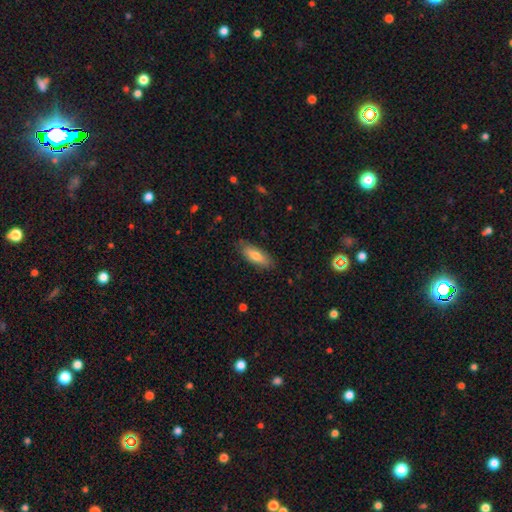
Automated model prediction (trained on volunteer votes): Morphology: type=smooth (74%); roundness=in between (68%); merging=none (84%).